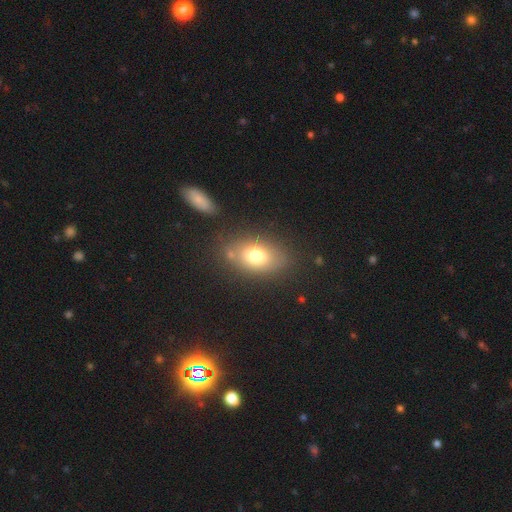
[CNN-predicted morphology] smooth-or-featured: smooth: 74% | featured or disk: 15% | star or artifact: 11%
  how-rounded: in between: 82% | round: 16% | cigar-shaped: 2%
  merging: none: 74% | minor disturbance: 14% | merger: 6% | major disturbance: 5%